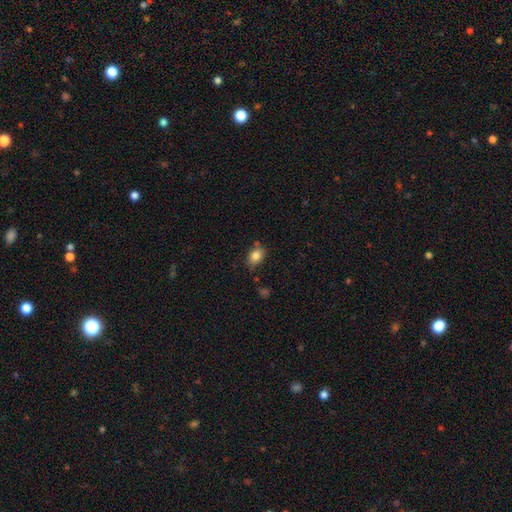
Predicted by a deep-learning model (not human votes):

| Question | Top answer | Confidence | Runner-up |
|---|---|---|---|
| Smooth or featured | smooth | 82% | star or artifact (9%) |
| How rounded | in between | 72% | round (27%) |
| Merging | none | 70% | minor disturbance (19%) |